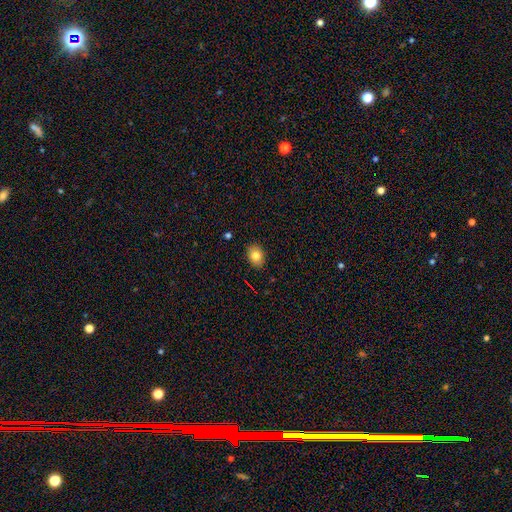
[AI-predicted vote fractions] smooth 81%, star or artifact 10%, featured or disk 9%. Down the decision tree: how rounded — in between (65%); merging — none (88%).